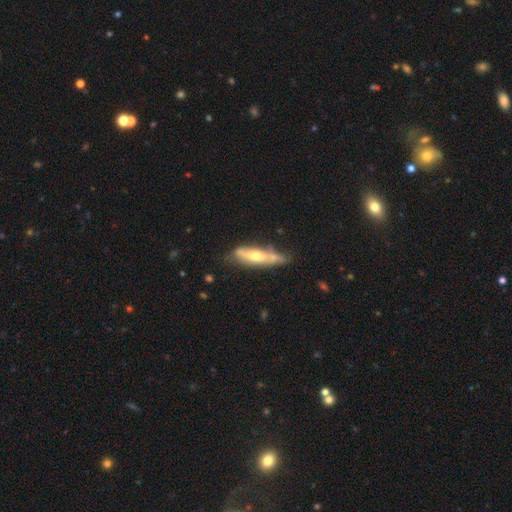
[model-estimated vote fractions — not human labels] Overall: featured or disk (58%; smooth 37%). Edge-on disk: yes (64%; no 36%). Merging: none (50%; minor disturbance 29%).